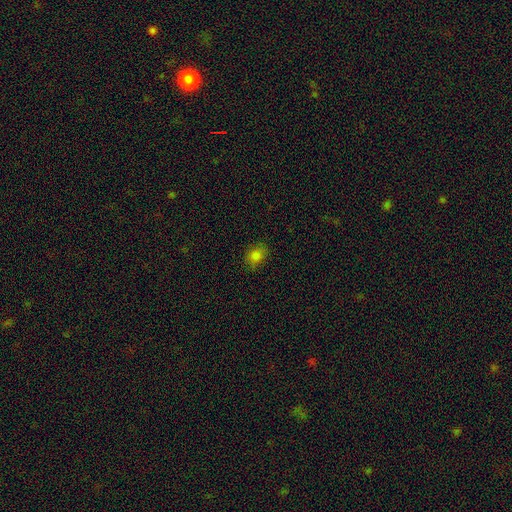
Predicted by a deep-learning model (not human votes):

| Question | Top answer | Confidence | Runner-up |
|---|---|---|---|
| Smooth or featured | smooth | 81% | star or artifact (14%) |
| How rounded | in between | 55% | round (43%) |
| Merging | none | 79% | minor disturbance (16%) |